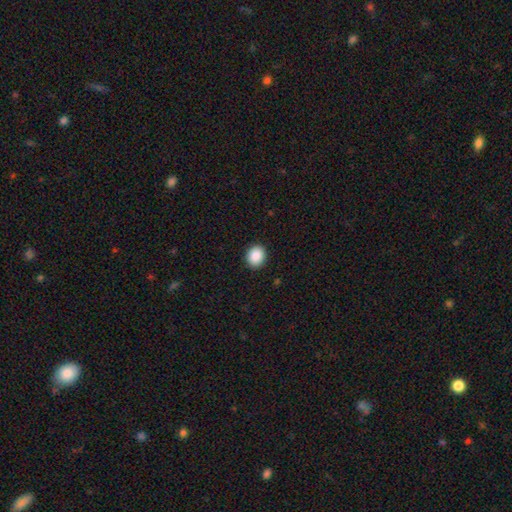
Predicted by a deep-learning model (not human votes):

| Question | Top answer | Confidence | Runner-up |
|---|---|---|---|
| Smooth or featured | smooth | 89% | star or artifact (8%) |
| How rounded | round | 63% | in between (37%) |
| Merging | none | 91% | minor disturbance (6%) |